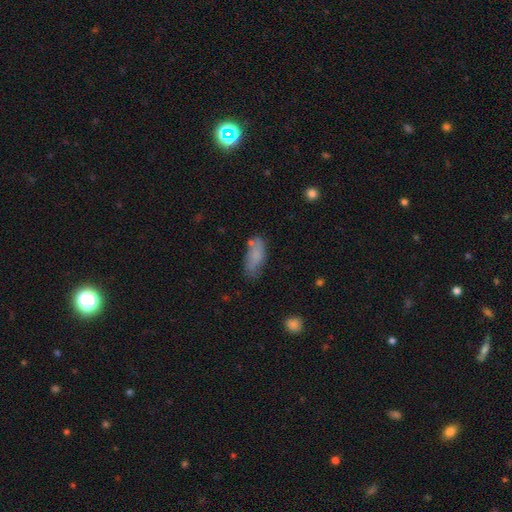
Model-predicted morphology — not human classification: smooth 76%, featured or disk 16%, star or artifact 8%. Down the decision tree: how rounded — in between (81%); merging — none (60%).